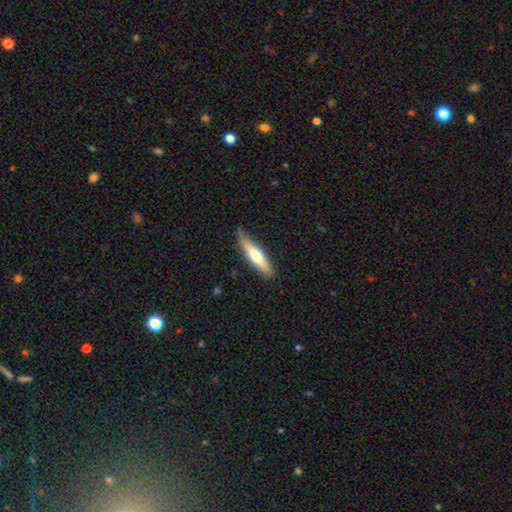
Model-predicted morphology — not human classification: This appears to be a smooth galaxy with no disk features (53%) that is cigar-shaped (79%). Merging: none (81%).